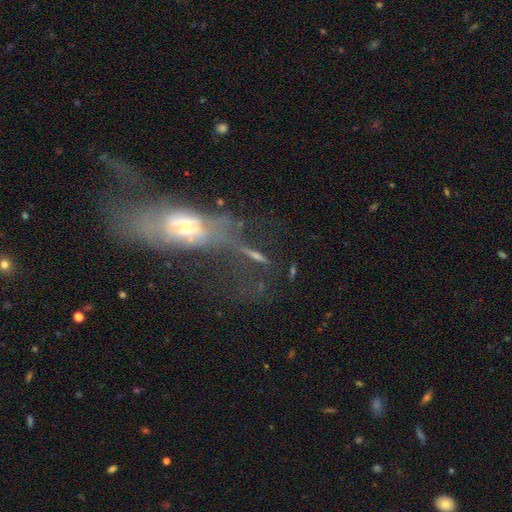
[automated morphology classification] The model was most divided on "merging": none: 39%, major disturbance: 23%, merger: 21%, minor disturbance: 16%. More confident: edge-on disk — yes (59%); smooth or featured — featured or disk (52%).